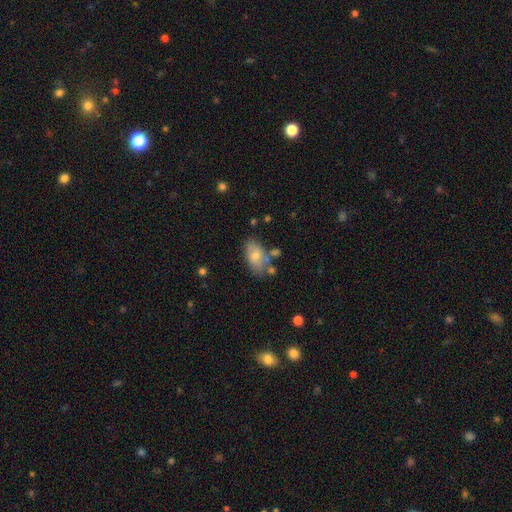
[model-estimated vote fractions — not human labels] Smooth or featured: smooth — 74% (featured or disk — 18%)
How rounded: in between — 91% (round — 7%)
Merging: none — 61% (minor disturbance — 21%)